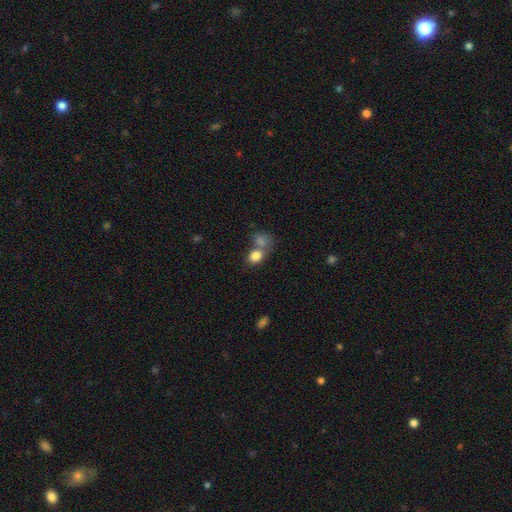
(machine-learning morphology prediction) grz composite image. It shows a smooth galaxy with no disk features (83%) that is in between round and cigar-shaped (56%). Merging: merger (46%).